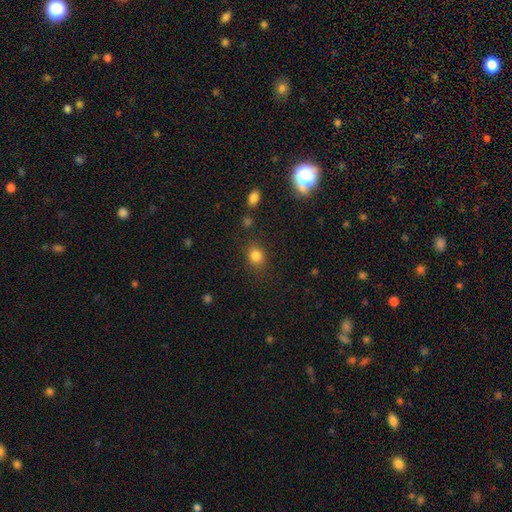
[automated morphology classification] A smooth galaxy with no disk features (83%) that is round (65%). Merging: none (81%).